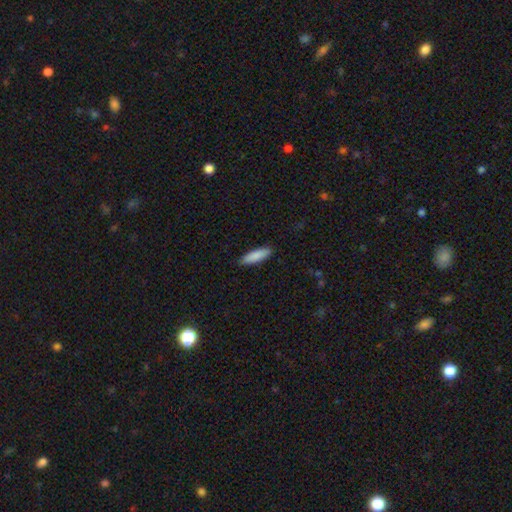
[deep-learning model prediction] A smooth galaxy with no disk features (88%) that is cigar-shaped (60%). Merging: none (89%).